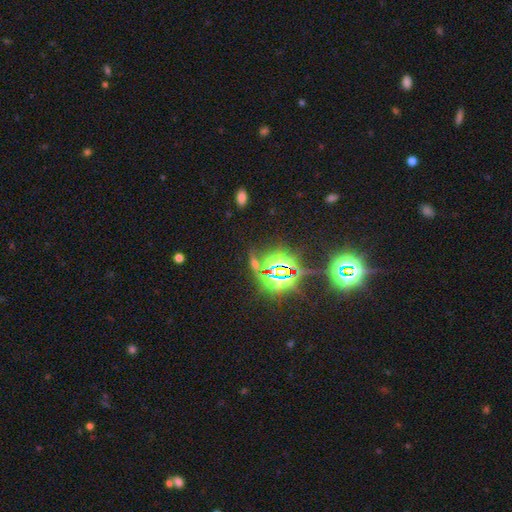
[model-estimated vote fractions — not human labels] The model was most divided on "smooth or featured": star or artifact: 83%, smooth: 11%, featured or disk: 6%.